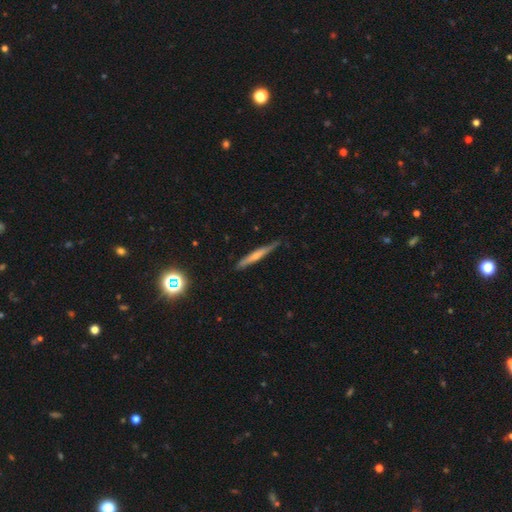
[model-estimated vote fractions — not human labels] Smooth or featured?
  - featured or disk: 47% * (tied)
  - smooth: 47% * (tied)
  - star or artifact: 6%
Merging?
  - none: 80% *
  - minor disturbance: 16%
  - major disturbance: 2%
  - merger: 1%